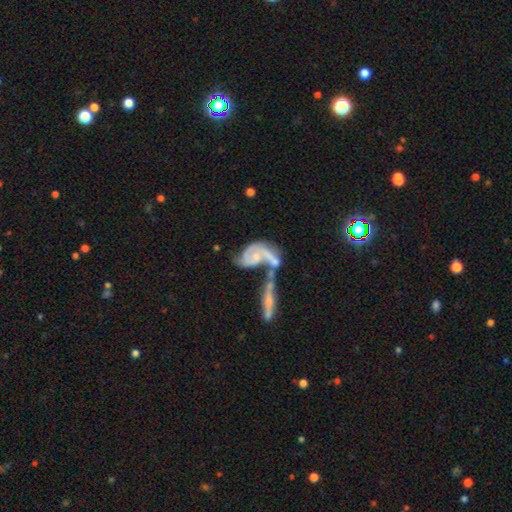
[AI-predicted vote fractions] This appears to be a featured or disk galaxy (73%) with no bar (68%), 2 (60%) loose (46%) spiral arms (79%) and a small central bulge (53%). Merging: merger (63%).